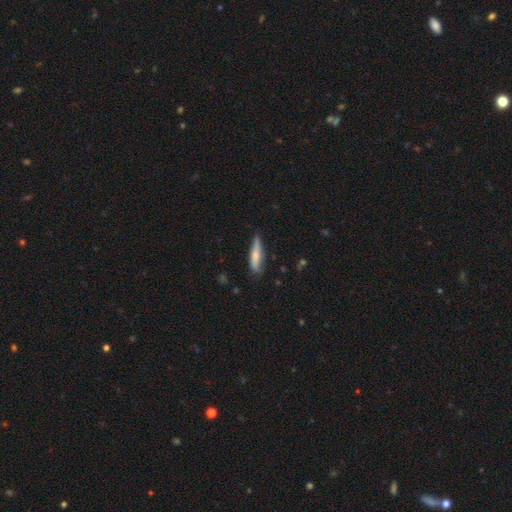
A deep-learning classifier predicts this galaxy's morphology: smooth-or-featured: smooth: 65% | featured or disk: 30% | star or artifact: 6%
  how-rounded: cigar-shaped: 77% | in between: 21% | round: 2%
  merging: none: 66% | minor disturbance: 27% | major disturbance: 5% | merger: 2%